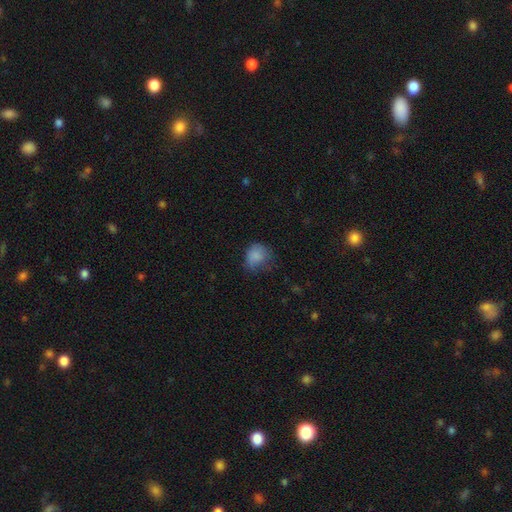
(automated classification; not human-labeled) A smooth galaxy with no disk features (81%) that is round (68%). Merging: none (45%).